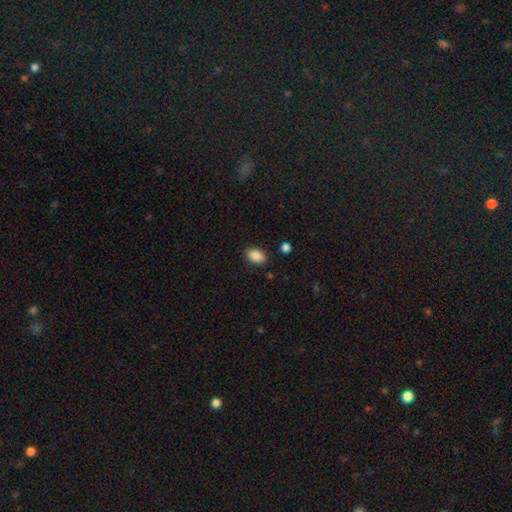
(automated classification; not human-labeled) smooth_or_featured: smooth (p=0.89) [alt: star or artifact p=0.08]
how_rounded: in between (p=0.81) [alt: round p=0.17]
merging: none (p=0.87) [alt: minor disturbance p=0.09]